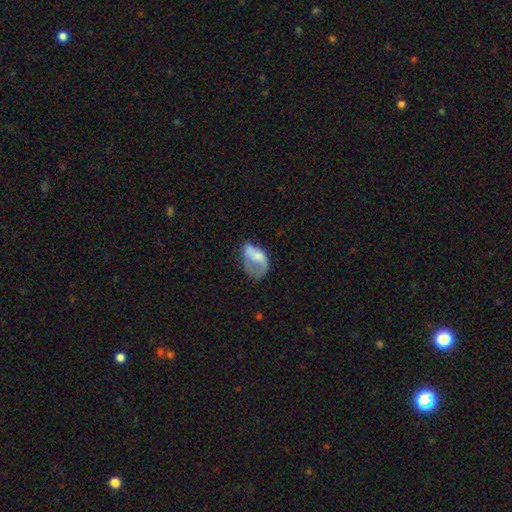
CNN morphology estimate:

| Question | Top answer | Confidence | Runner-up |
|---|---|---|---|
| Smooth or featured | smooth | 53% | featured or disk (38%) |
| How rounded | in between | 86% | round (11%) |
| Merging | major disturbance | 45% | minor disturbance (25%) |